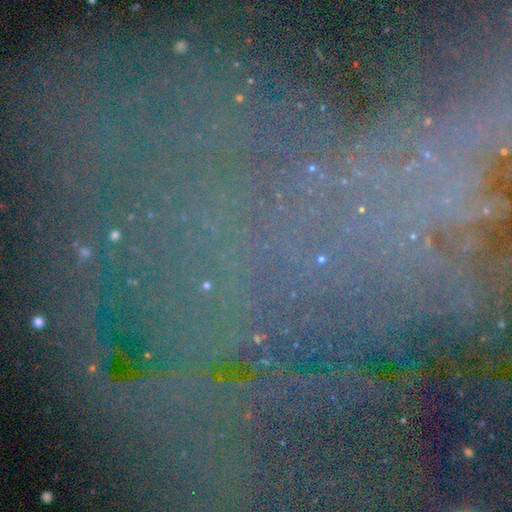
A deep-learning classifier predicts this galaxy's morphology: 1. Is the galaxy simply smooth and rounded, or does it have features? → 79% star or artifact, 11% smooth, 10% featured or disk.